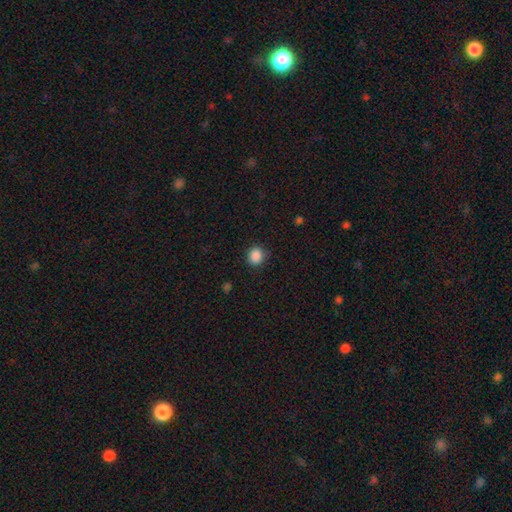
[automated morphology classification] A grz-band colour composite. It shows a smooth galaxy with no disk features (88%) that is round (78%). Merging: none (85%).